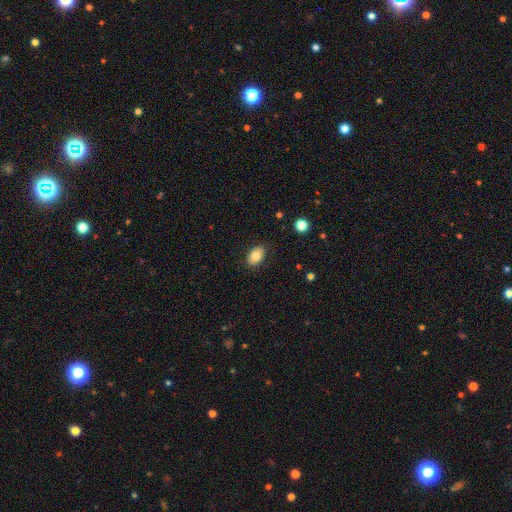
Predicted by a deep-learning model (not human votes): smooth 81%, featured or disk 11%, star or artifact 8%. Down the decision tree: how rounded — in between (88%); merging — none (86%).